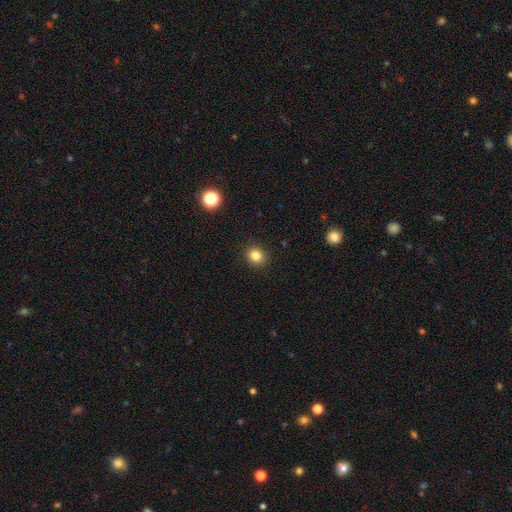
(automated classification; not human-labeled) A smooth galaxy with no disk features (83%) that is round (81%). Merging: none (91%).